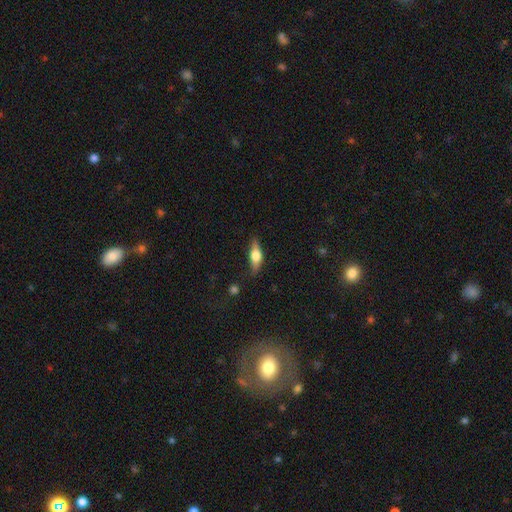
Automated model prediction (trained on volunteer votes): smooth_or_featured: smooth (p=0.53) [alt: featured or disk p=0.40]
how_rounded: in between (p=0.58) [alt: cigar-shaped p=0.37]
merging: none (p=0.77) [alt: minor disturbance p=0.16]